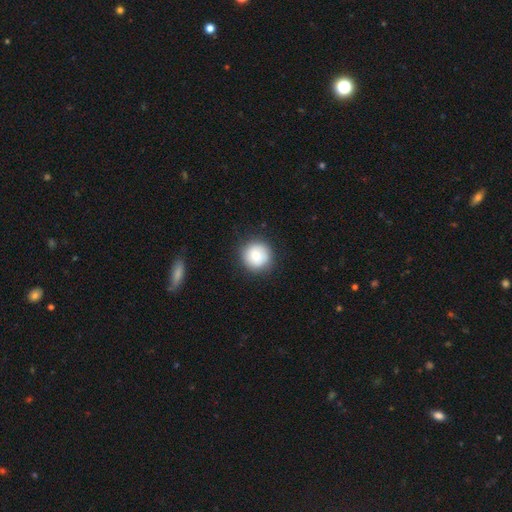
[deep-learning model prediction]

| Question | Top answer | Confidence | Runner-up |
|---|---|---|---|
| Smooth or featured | smooth | 78% | featured or disk (13%) |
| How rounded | round | 95% | in between (4%) |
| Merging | none | 87% | minor disturbance (9%) |